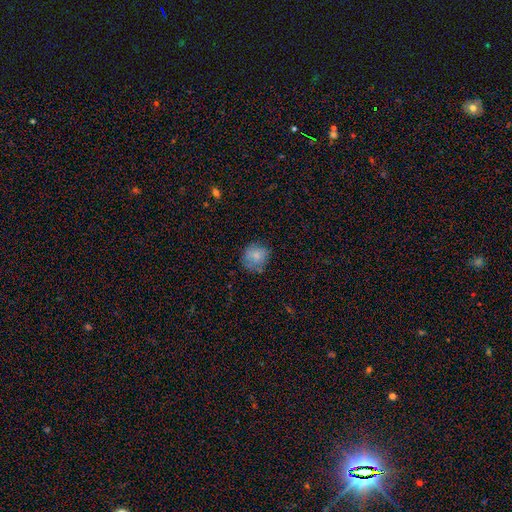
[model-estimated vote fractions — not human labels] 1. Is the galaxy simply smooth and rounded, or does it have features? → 76% smooth, 15% featured or disk, 9% star or artifact.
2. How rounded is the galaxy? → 82% round, 17% in between, 1% cigar-shaped.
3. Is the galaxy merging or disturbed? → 70% none, 22% minor disturbance, 6% major disturbance, 2% merger.